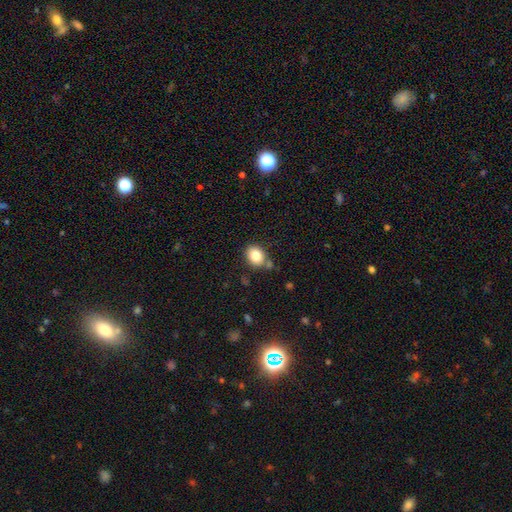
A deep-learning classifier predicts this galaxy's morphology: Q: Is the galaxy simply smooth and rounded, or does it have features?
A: smooth — 83%.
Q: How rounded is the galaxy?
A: round — 51%.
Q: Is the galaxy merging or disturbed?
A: none — 76%.